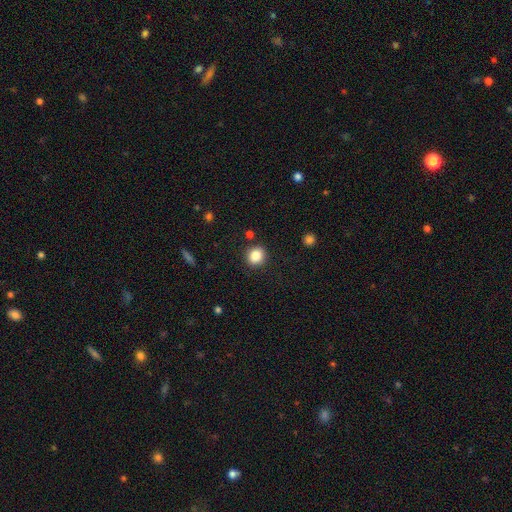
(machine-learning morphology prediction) Smooth or featured?
  - smooth: 85% *
  - star or artifact: 10%
  - featured or disk: 5%
How rounded?
  - round: 81% *
  - in between: 18%
  - cigar-shaped: 1%
Merging?
  - none: 89% *
  - minor disturbance: 7%
  - major disturbance: 2%
  - merger: 2%